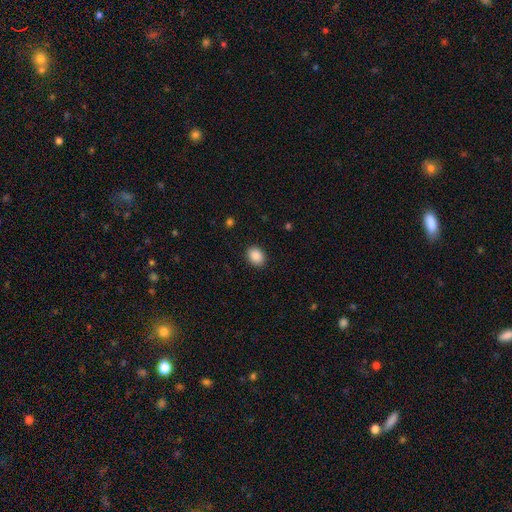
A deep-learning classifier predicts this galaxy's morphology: smooth_or_featured: smooth (p=0.89) [alt: star or artifact p=0.08]
how_rounded: in between (p=0.58) [alt: round p=0.42]
merging: none (p=0.90) [alt: minor disturbance p=0.07]